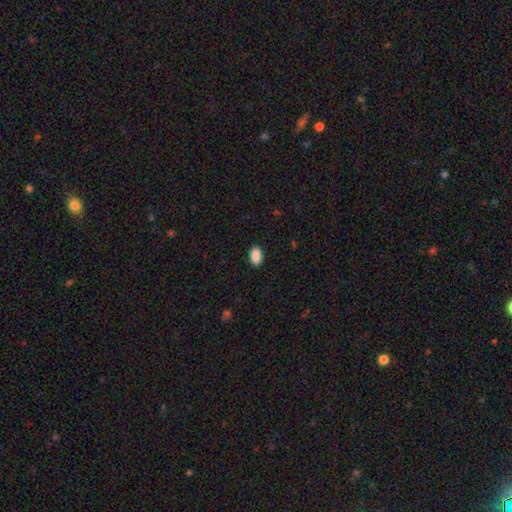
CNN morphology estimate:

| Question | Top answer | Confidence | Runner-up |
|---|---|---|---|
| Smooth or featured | smooth | 90% | star or artifact (7%) |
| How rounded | in between | 91% | round (7%) |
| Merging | none | 88% | minor disturbance (9%) |